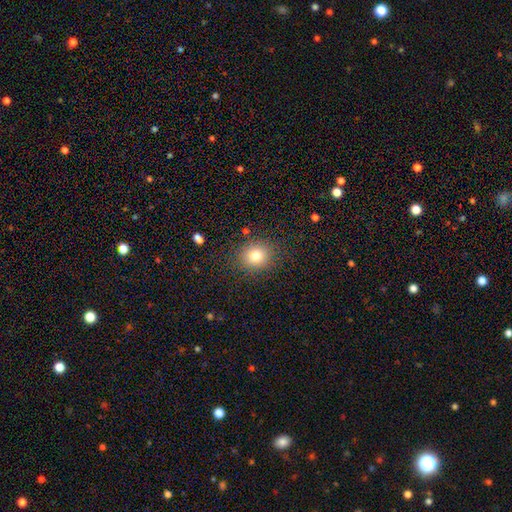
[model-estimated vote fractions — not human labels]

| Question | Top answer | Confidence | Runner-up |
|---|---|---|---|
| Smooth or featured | smooth | 79% | star or artifact (12%) |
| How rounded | round | 77% | in between (22%) |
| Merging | none | 86% | minor disturbance (9%) |